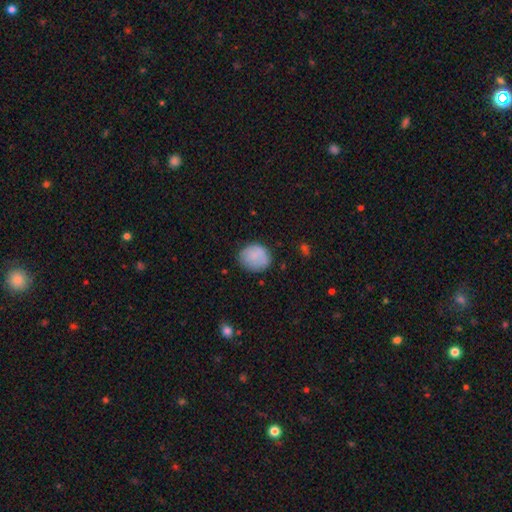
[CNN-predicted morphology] Overall: smooth (82%). How rounded: round (72%). Merging: none (74%).